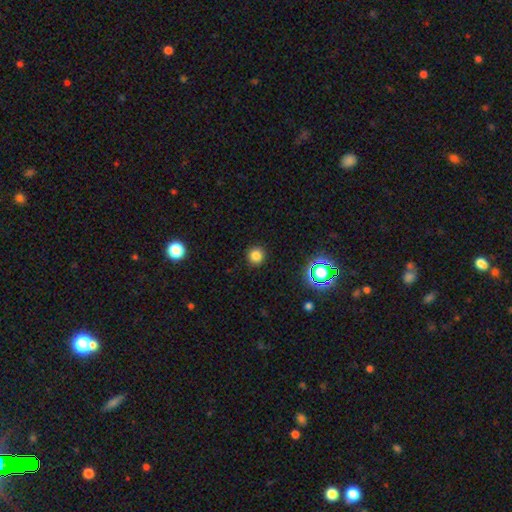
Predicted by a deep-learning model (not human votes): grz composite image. It shows a smooth galaxy with no disk features (80%) that is round (94%). Merging: none (92%).